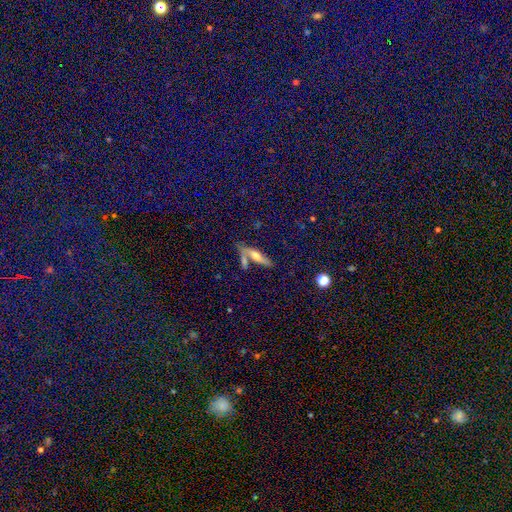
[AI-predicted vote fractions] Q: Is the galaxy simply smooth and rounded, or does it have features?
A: smooth — 49%.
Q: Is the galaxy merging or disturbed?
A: none — 55%.